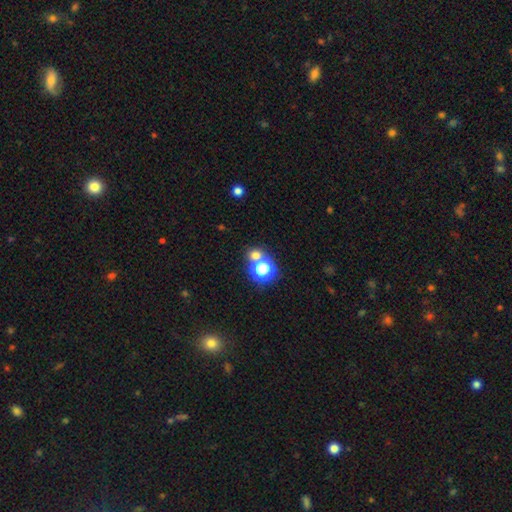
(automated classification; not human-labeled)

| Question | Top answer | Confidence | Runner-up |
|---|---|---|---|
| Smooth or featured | smooth | 64% | star or artifact (29%) |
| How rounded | round | 82% | in between (17%) |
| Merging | none | 61% | merger (29%) |